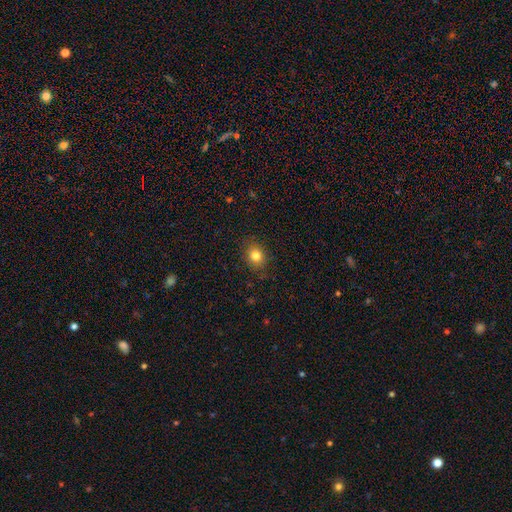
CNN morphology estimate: Q: Smooth or featured?
A: smooth (82%); runner-up: star or artifact (11%)
Q: How rounded?
A: round (57%); runner-up: in between (42%)
Q: Merging?
A: none (86%); runner-up: minor disturbance (10%)